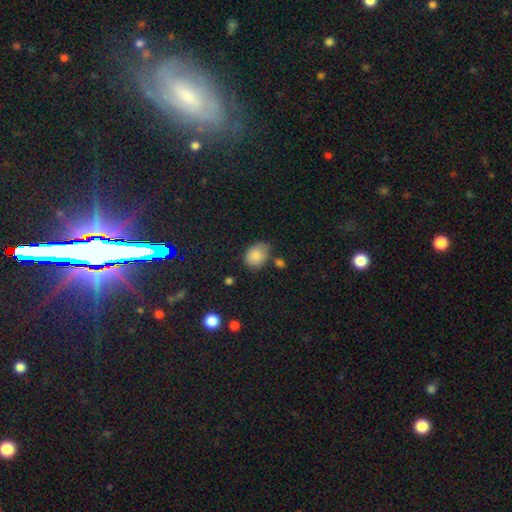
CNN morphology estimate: Smooth or featured: smooth — 84% (star or artifact — 9%)
How rounded: in between — 60% (round — 39%)
Merging: none — 58% (minor disturbance — 28%)